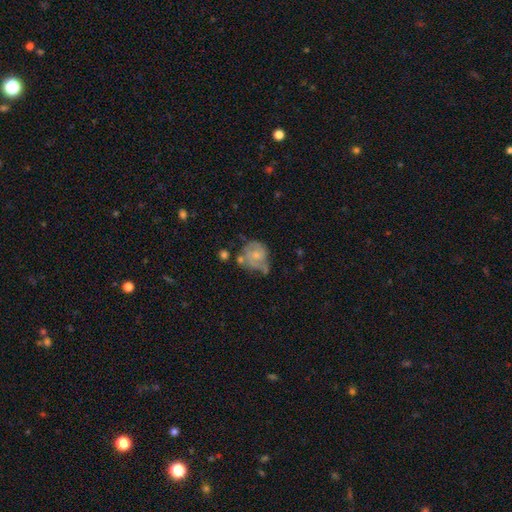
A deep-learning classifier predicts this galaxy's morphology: A featured or disk galaxy (63%) with no bar (75%), spiral arms (74%) and a small central bulge (49%).

Vote fractions:
- Smooth or featured? featured or disk: 63% / smooth: 30% / star or artifact: 7%
- Edge-on disk? no: 98% / yes: 2%
- Bar? no: 75% / weak: 22% / strong: 3%
- Spiral arms? yes: 74% / no: 26%
- Bulge size? small: 49% / moderate: 38% / none: 9% / large: 3% / dominant: 1%
- Merging? none: 36% / minor disturbance: 29% / major disturbance: 22% / merger: 13%